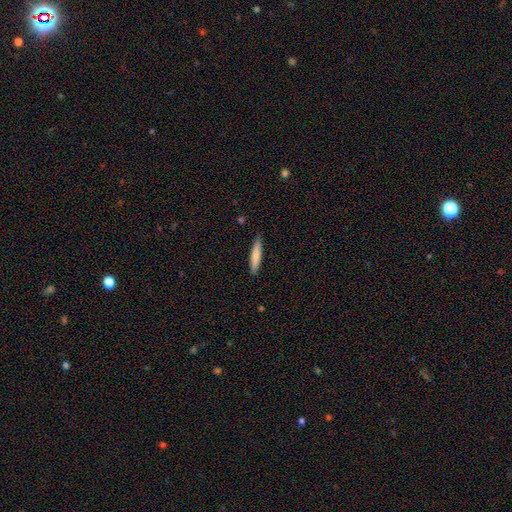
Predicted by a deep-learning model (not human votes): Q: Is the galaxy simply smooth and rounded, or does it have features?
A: smooth — 79%.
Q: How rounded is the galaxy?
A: cigar-shaped — 90%.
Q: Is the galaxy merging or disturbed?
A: none — 88%.